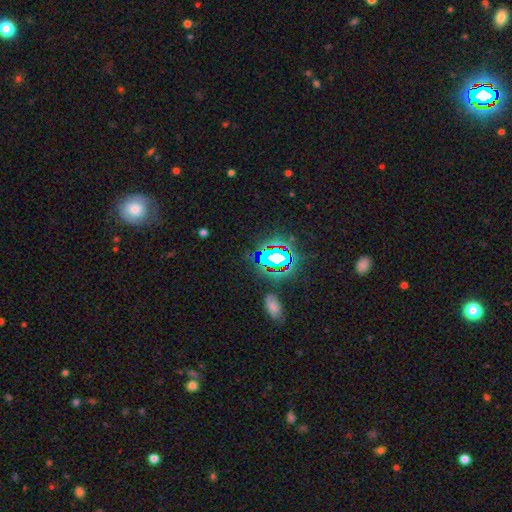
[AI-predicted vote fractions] smooth_or_featured: star or artifact (p=0.76) [alt: smooth p=0.15]